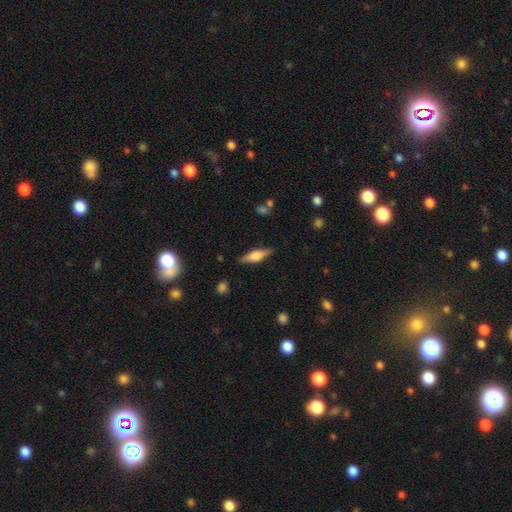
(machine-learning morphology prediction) smooth-or-featured: smooth: 48% | featured or disk: 45% | star or artifact: 7%
  merging: none: 85% | minor disturbance: 11% | major disturbance: 2% | merger: 2%